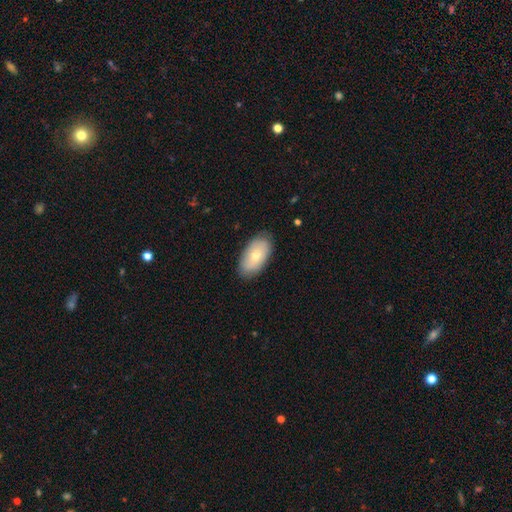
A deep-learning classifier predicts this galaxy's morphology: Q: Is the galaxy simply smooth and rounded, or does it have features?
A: smooth — 69%.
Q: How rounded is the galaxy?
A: in between — 94%.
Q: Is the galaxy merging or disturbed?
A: none — 84%.